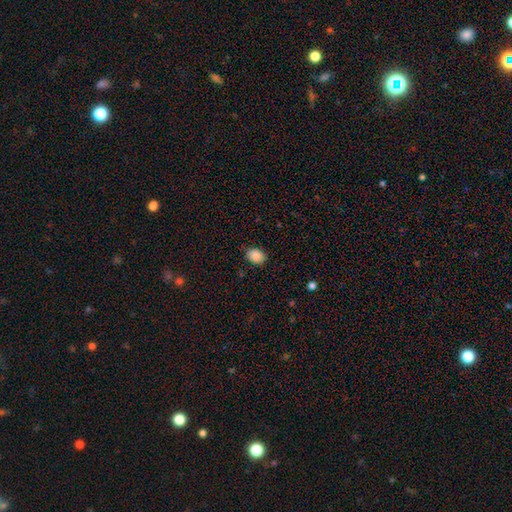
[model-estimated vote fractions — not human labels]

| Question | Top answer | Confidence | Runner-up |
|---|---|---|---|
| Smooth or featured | smooth | 86% | star or artifact (9%) |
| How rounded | in between | 64% | round (35%) |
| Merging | none | 83% | minor disturbance (14%) |